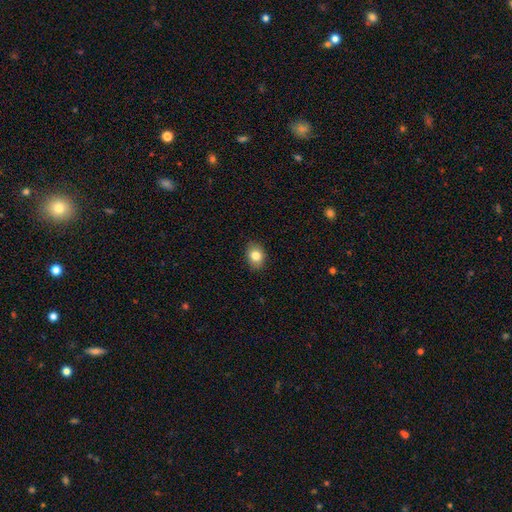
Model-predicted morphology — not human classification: smooth 81%, star or artifact 9%, featured or disk 9%. Down the decision tree: how rounded — in between (59%); merging — none (87%).